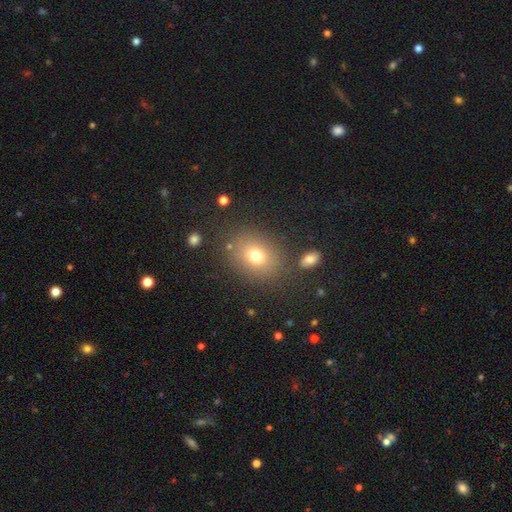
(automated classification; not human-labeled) This is likely a smooth galaxy (74%). How rounded: possibly round (50%). Merging: likely none (79%).